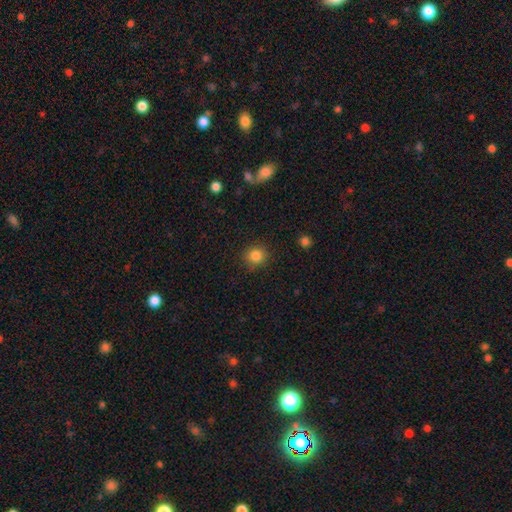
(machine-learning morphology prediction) Q: Smooth or featured?
A: smooth (84%); runner-up: star or artifact (11%)
Q: How rounded?
A: round (87%); runner-up: in between (12%)
Q: Merging?
A: none (88%); runner-up: minor disturbance (8%)